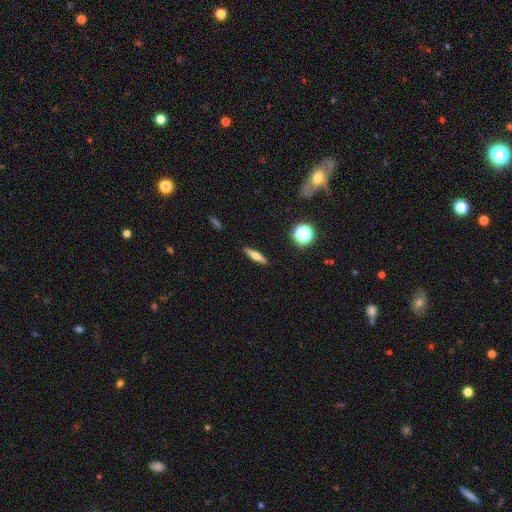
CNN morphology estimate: type=smooth (54%); roundness=cigar-shaped (76%); merging=none (90%).